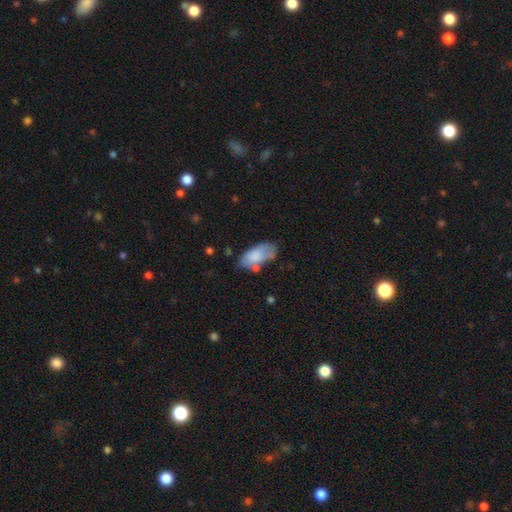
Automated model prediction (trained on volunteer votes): The model was most divided on "merging": none: 47%, minor disturbance: 28%, merger: 13%, major disturbance: 11%. More confident: how rounded — in between (93%); smooth or featured — smooth (76%).